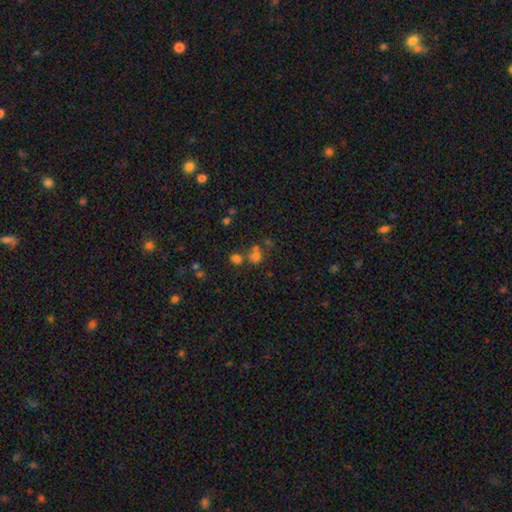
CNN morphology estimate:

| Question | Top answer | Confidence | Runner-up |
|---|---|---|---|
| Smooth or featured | smooth | 63% | star or artifact (24%) |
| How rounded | round | 64% | in between (34%) |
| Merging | none | 42% | merger (40%) |